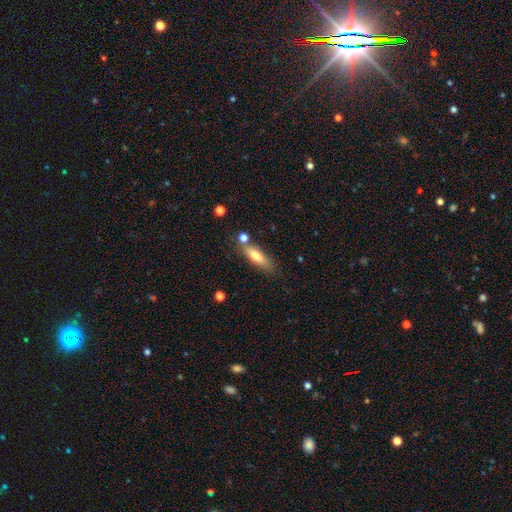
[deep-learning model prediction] A smooth galaxy with no disk features (69%) that is cigar-shaped (56%). Merging: none (72%).